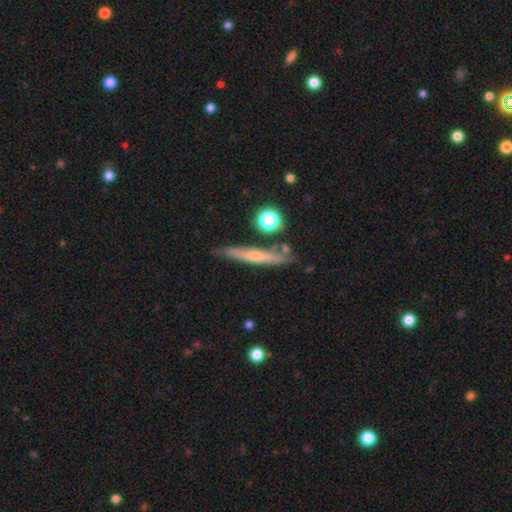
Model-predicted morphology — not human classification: A featured or disk galaxy (53%) viewed edge-on (92%).

Vote fractions:
- Smooth or featured? featured or disk: 53% / smooth: 39% / star or artifact: 8%
- Edge-on disk? yes: 92% / no: 8%
- Merging? none: 80% / minor disturbance: 13% / merger: 5% / major disturbance: 3%